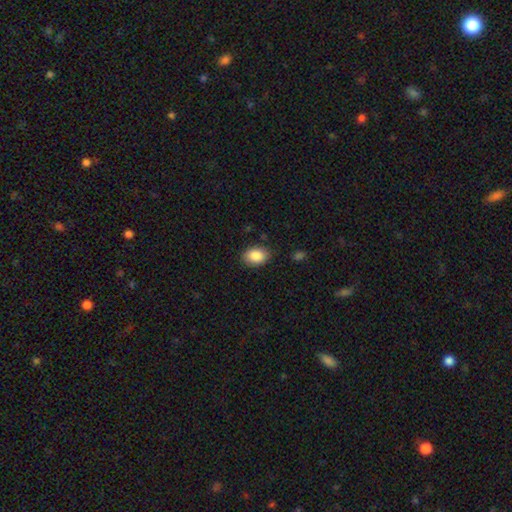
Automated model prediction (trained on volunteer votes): Q: Smooth or featured?
A: smooth (87%); runner-up: star or artifact (7%)
Q: How rounded?
A: in between (78%); runner-up: round (21%)
Q: Merging?
A: none (84%); runner-up: minor disturbance (12%)